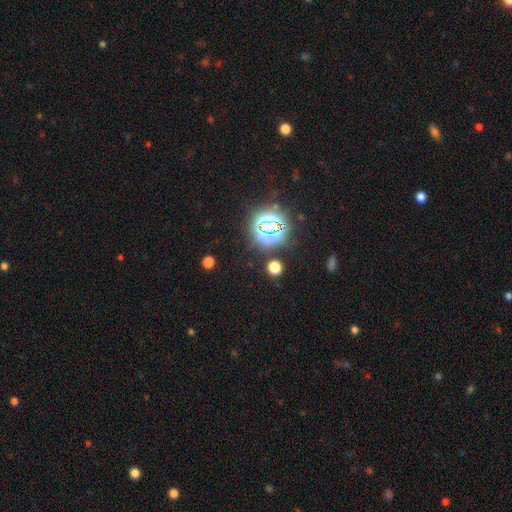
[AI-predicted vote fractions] star or artifact 82%, smooth 12%, featured or disk 6%.